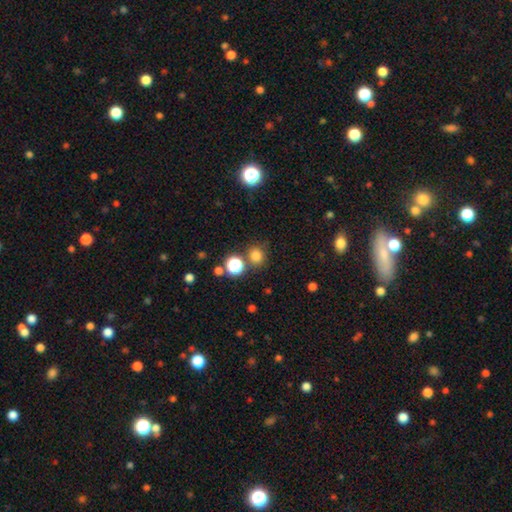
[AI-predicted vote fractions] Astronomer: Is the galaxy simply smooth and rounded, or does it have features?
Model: smooth — 77%.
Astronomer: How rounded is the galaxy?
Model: round — 83%.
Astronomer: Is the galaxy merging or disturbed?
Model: none — 76%.